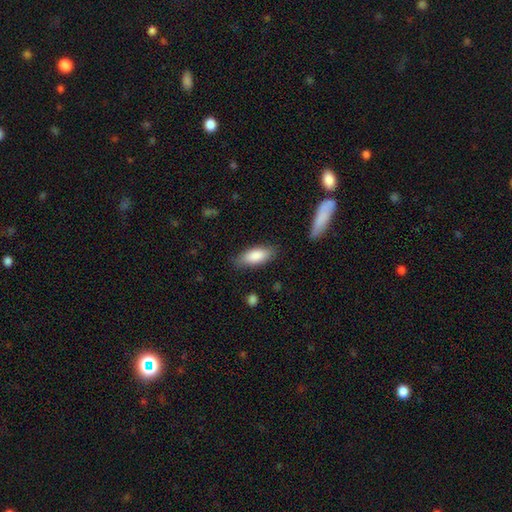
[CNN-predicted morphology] This appears to be a smooth galaxy with no disk features (86%) that is in between round and cigar-shaped (81%). Merging: none (81%).